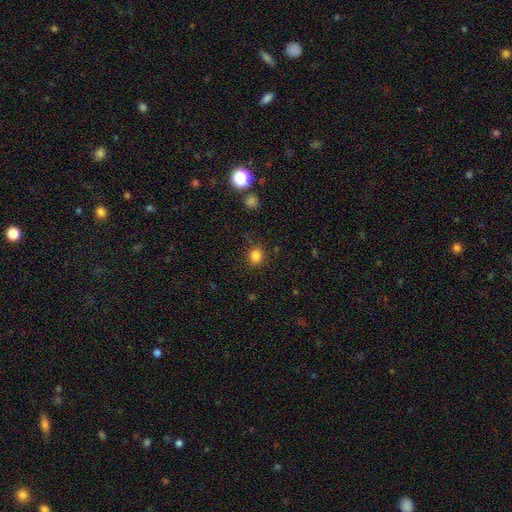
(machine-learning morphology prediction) type=smooth (83%); roundness=round (87%); merging=none (85%).